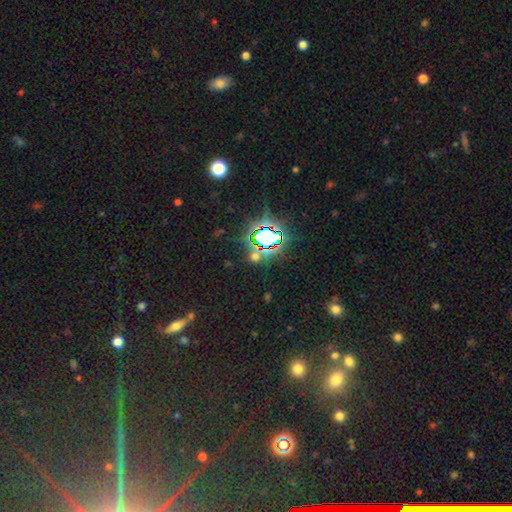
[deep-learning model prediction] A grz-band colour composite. It shows a star or artifact, not a galaxy (64%).